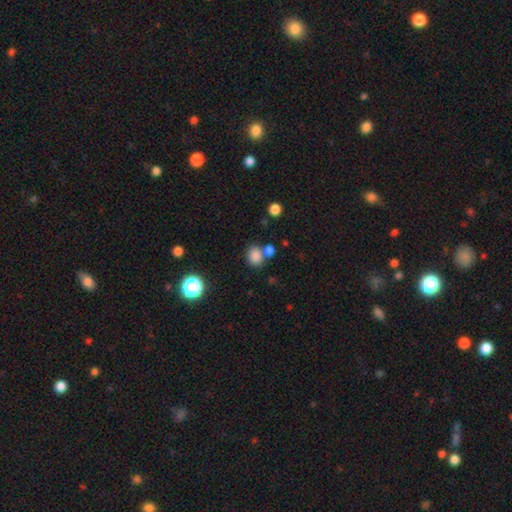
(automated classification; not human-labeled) smooth_or_featured: smooth (p=0.83) [alt: star or artifact p=0.12]
how_rounded: round (p=0.62) [alt: in between p=0.37]
merging: none (p=0.64) [alt: merger p=0.21]